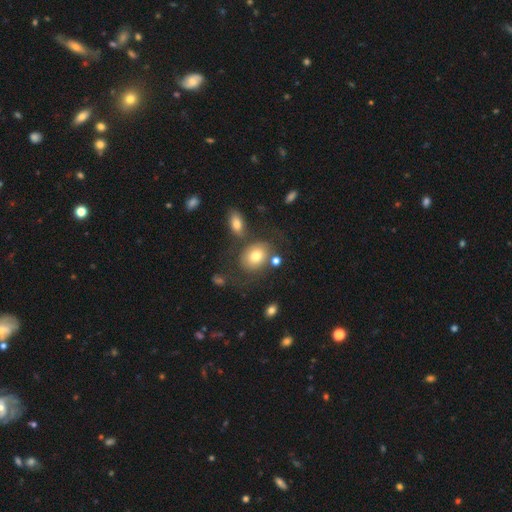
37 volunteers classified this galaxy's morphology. This appears to be a smooth galaxy with no disk features (81%) that is in between round and cigar-shaped (60%). Merging: none (54%).